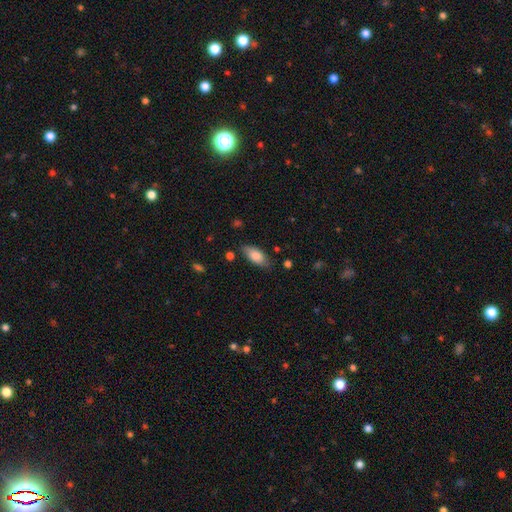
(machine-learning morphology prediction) type=smooth (81%); roundness=in between (85%); merging=none (77%).